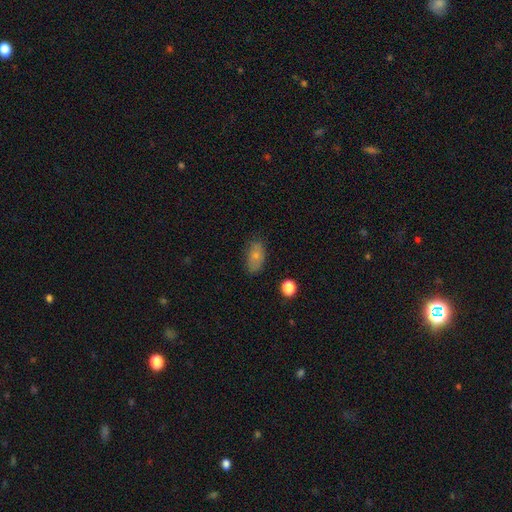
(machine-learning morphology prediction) A smooth galaxy with no disk features (74%) that is in between round and cigar-shaped (90%).

Vote fractions:
- Smooth or featured? smooth: 74% / featured or disk: 16% / star or artifact: 9%
- How rounded? in between: 90% / round: 7% / cigar-shaped: 3%
- Merging? none: 73% / minor disturbance: 20% / major disturbance: 5% / merger: 2%